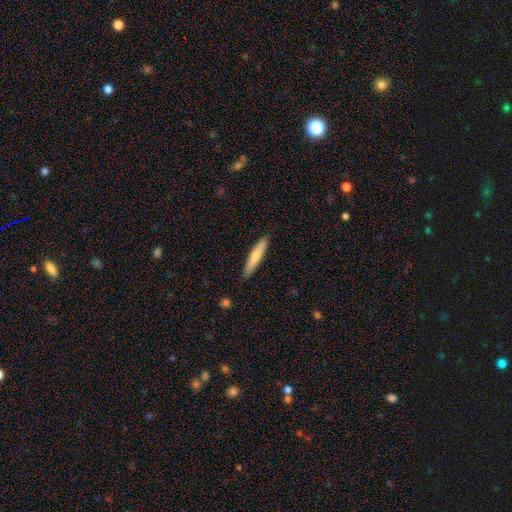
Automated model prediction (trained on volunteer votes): Smooth or featured: smooth — 68% (featured or disk — 26%)
How rounded: cigar-shaped — 90% (in between — 8%)
Merging: none — 89% (minor disturbance — 8%)